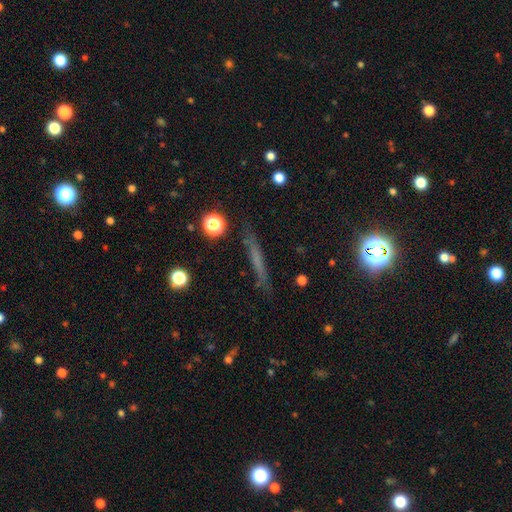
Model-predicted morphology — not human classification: smooth_or_featured: smooth (p=0.49) [alt: featured or disk p=0.36]
merging: none (p=0.85) [alt: minor disturbance p=0.10]